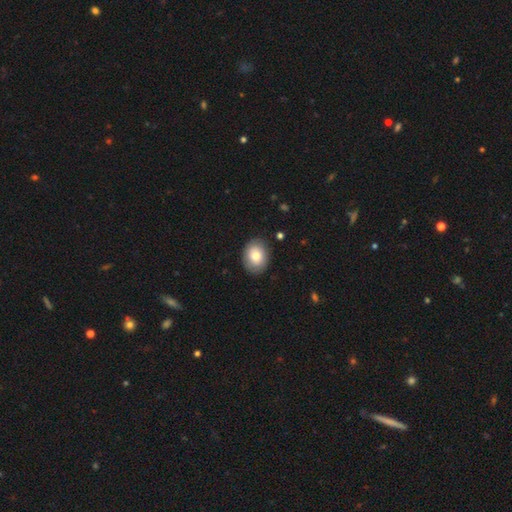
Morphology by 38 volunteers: A smooth galaxy with no disk features (82%) that is in between round and cigar-shaped (52%).

Vote fractions:
- Smooth or featured? smooth: 82% / featured or disk: 11% / star or artifact: 8%
- How rounded? in between: 52% / round: 48% / cigar-shaped: 0%
- Merging? none: 89% / minor disturbance: 9% / merger: 3% / major disturbance: 0%